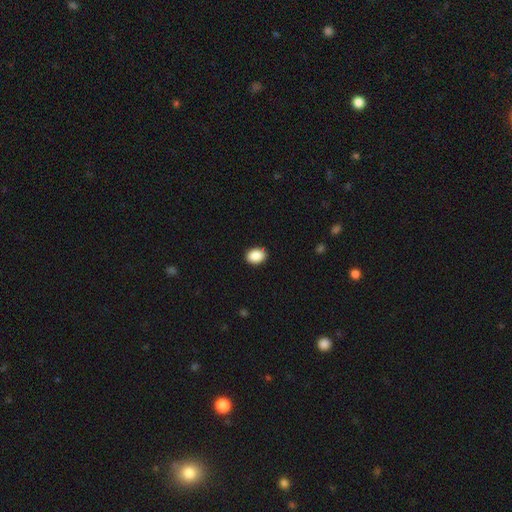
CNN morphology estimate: smooth_or_featured: smooth (p=0.90) [alt: star or artifact p=0.07]
how_rounded: in between (p=0.71) [alt: round p=0.28]
merging: none (p=0.90) [alt: minor disturbance p=0.08]